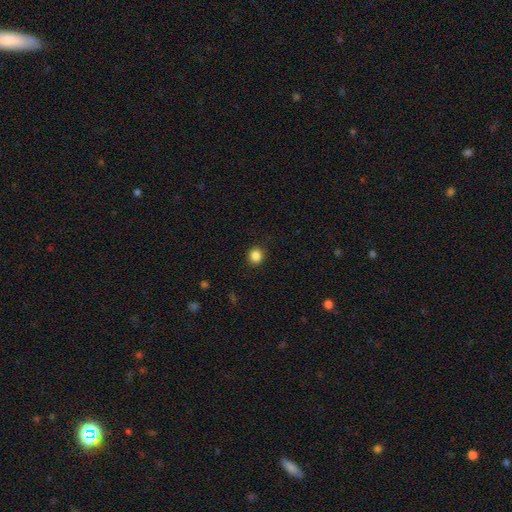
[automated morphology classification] Smooth or featured?
  - smooth: 86% *
  - star or artifact: 11%
  - featured or disk: 4%
How rounded?
  - round: 88% *
  - in between: 11%
  - cigar-shaped: 1%
Merging?
  - none: 91% *
  - minor disturbance: 6%
  - major disturbance: 2%
  - merger: 1%